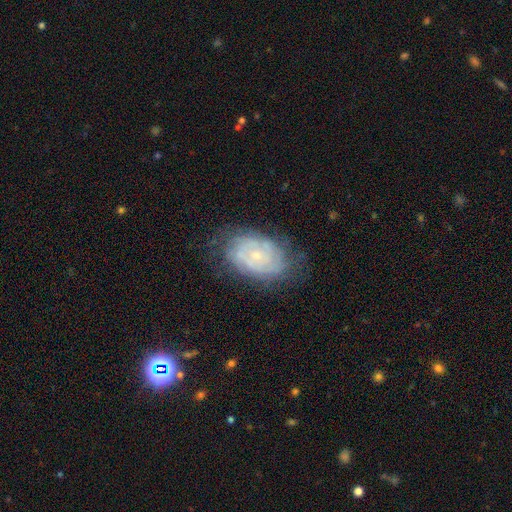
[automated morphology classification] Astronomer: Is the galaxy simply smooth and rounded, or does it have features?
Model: featured or disk — 71%.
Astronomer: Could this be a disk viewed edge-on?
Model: no — 96%.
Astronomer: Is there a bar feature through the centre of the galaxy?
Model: no — 76%.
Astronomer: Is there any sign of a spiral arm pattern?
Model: yes — 86%.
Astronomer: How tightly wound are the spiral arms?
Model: tight — 72%.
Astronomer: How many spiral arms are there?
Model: can't tell — 49% (runner-up: 2, 25%).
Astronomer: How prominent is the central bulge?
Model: small — 76%.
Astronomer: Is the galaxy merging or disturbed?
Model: none — 71%.